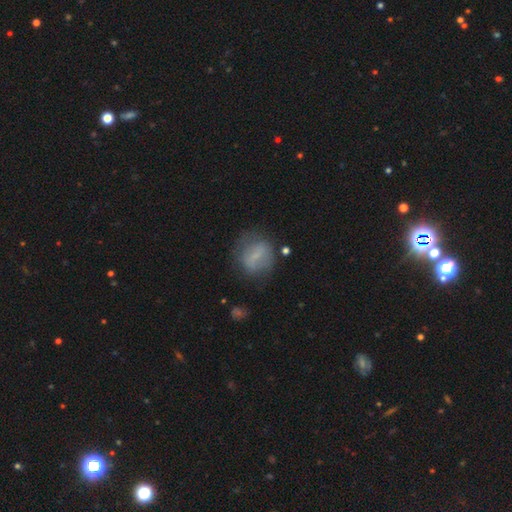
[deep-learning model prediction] smooth 56%, featured or disk 34%, star or artifact 10%. Down the decision tree: how rounded — round (62%); merging — none (64%).